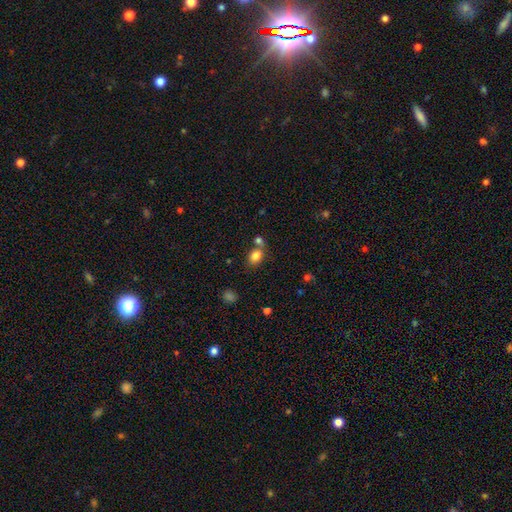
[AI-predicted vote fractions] A smooth galaxy with no disk features (83%) that is in between round and cigar-shaped (67%). Merging: none (57%).